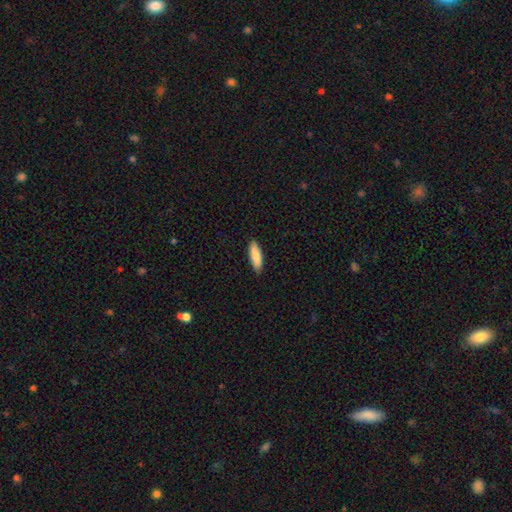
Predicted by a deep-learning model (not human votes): Q: Smooth or featured?
A: smooth (85%); runner-up: featured or disk (10%)
Q: How rounded?
A: cigar-shaped (57%); runner-up: in between (42%)
Q: Merging?
A: none (89%); runner-up: minor disturbance (9%)